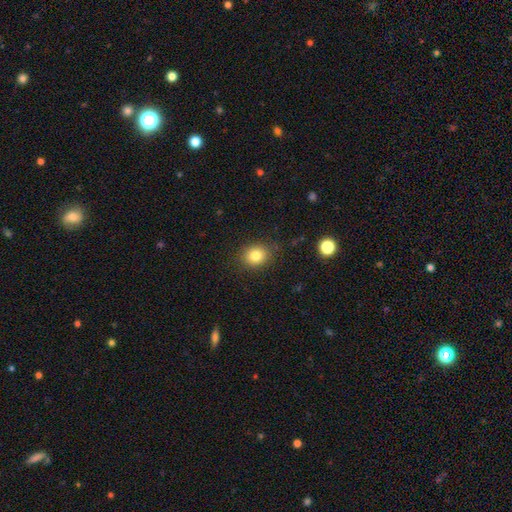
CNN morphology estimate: smooth 81%, star or artifact 11%, featured or disk 8%. Down the decision tree: how rounded — round (63%); merging — none (86%).